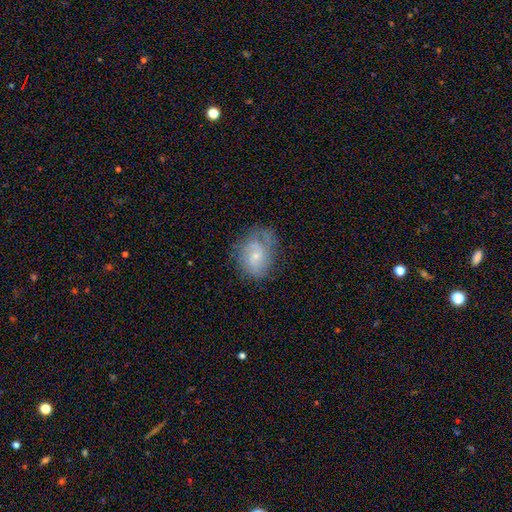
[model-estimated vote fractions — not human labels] Overall: featured or disk (61%; smooth 31%). Edge-on disk: no (97%). Bar: no (68%). Spiral arms: yes (84%). Bulge size: small (72%). Merging: none (58%; minor disturbance 26%).